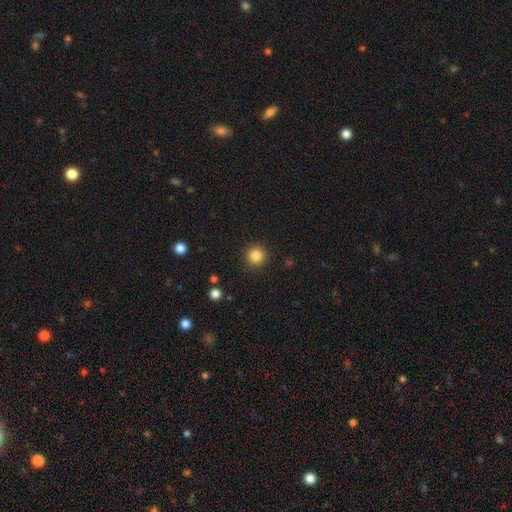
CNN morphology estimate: A smooth galaxy with no disk features (85%) that is round (95%).

Vote fractions:
- Smooth or featured? smooth: 85% / star or artifact: 11% / featured or disk: 4%
- How rounded? round: 95% / in between: 4% / cigar-shaped: 1%
- Merging? none: 91% / minor disturbance: 5% / major disturbance: 2% / merger: 1%